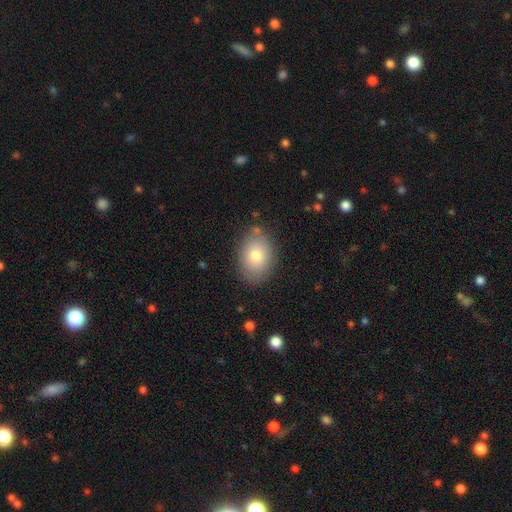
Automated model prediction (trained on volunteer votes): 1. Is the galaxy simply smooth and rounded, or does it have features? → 77% smooth, 14% featured or disk, 9% star or artifact.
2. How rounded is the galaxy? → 74% in between, 25% round, 1% cigar-shaped.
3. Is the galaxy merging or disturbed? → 83% none, 12% minor disturbance, 3% major disturbance, 2% merger.